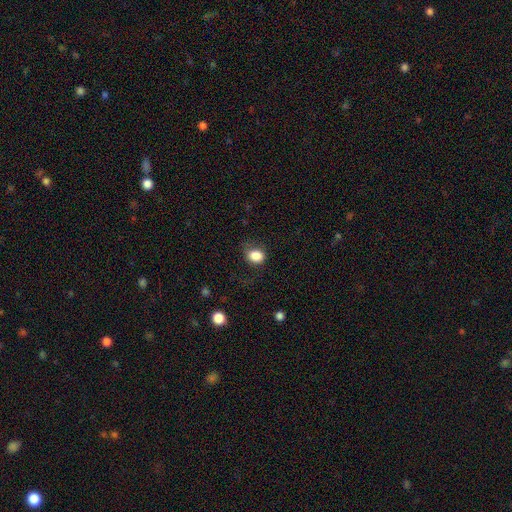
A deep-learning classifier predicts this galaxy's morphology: Smooth or featured? smooth (86%)
How rounded? round (50%)
Merging? none (65%)